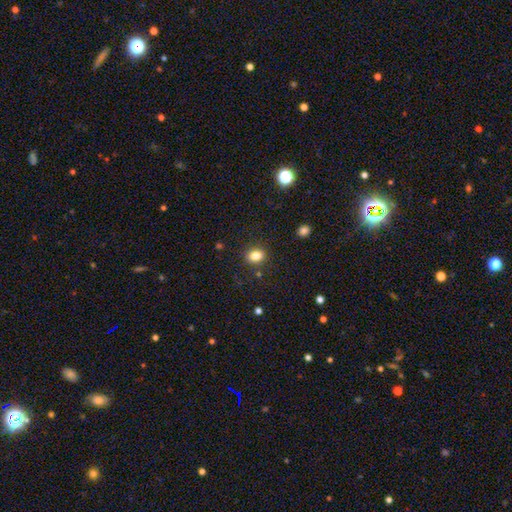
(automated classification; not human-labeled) Smooth or featured? Predicted: smooth (p=0.82). How rounded? Predicted: in between (p=0.52). Merging? Predicted: none (p=0.86).